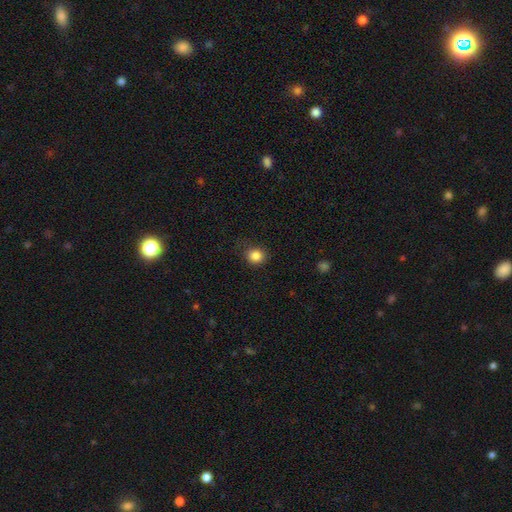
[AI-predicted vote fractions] Q: Smooth or featured?
A: smooth (85%); runner-up: star or artifact (11%)
Q: How rounded?
A: round (82%); runner-up: in between (17%)
Q: Merging?
A: none (84%); runner-up: minor disturbance (12%)